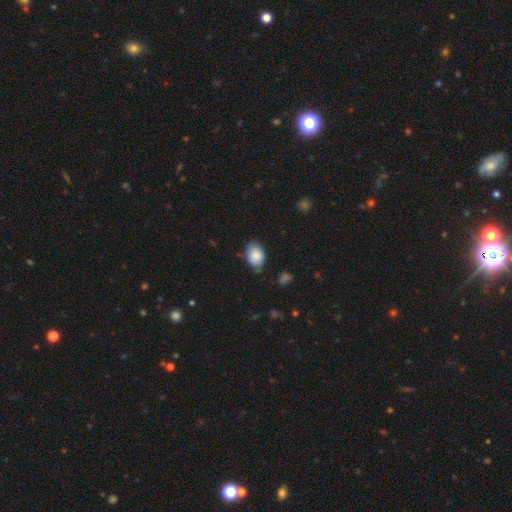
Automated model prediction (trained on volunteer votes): This appears to be a smooth galaxy with no disk features (85%) that is in between round and cigar-shaped (81%). Merging: none (69%).